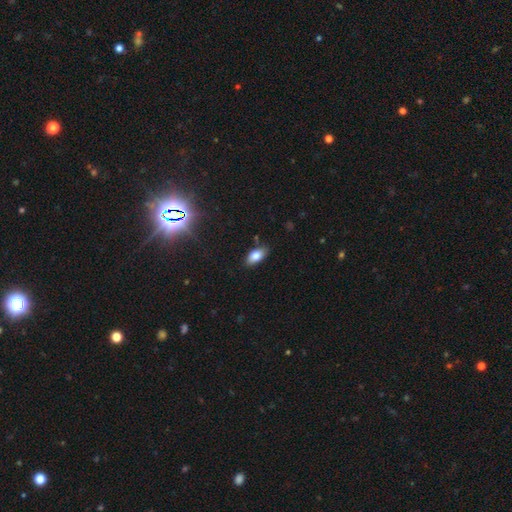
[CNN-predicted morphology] This appears to be a smooth galaxy with no disk features (77%) that is in between round and cigar-shaped (90%). Merging: none (82%).